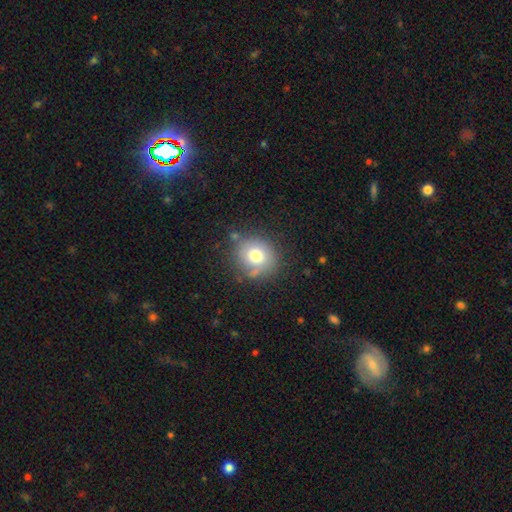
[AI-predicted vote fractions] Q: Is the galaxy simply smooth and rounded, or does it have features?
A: smooth — 74%.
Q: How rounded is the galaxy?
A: round — 83%.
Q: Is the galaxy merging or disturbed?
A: none — 73%.